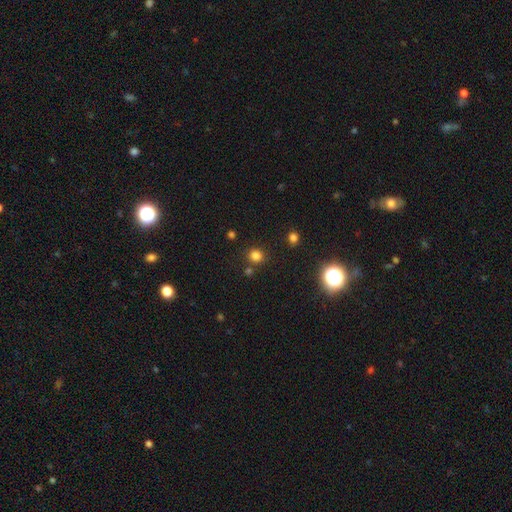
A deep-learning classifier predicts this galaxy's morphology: smooth_or_featured: smooth (p=0.78) [alt: star or artifact p=0.17]
how_rounded: round (p=0.86) [alt: in between p=0.13]
merging: none (p=0.81) [alt: merger p=0.08]